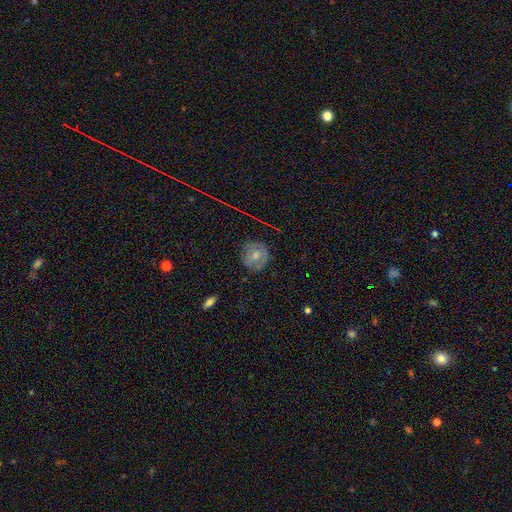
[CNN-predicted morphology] Smooth or featured?
  - smooth: 62% *
  - featured or disk: 26%
  - star or artifact: 12%
How rounded?
  - round: 88% *
  - in between: 11%
  - cigar-shaped: 1%
Merging?
  - none: 77% *
  - minor disturbance: 17%
  - major disturbance: 4%
  - merger: 1%